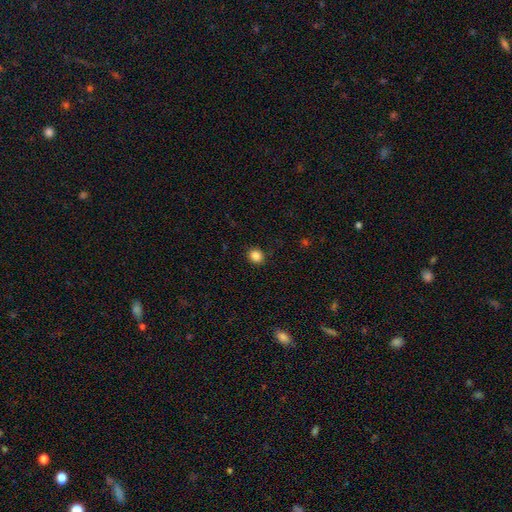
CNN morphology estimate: Overall: smooth (85%). How rounded: round (83%). Merging: none (90%).